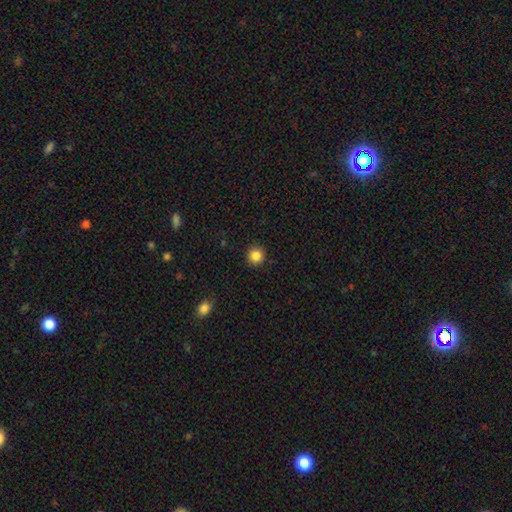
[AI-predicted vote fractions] smooth-or-featured: smooth: 86% | star or artifact: 11% | featured or disk: 4%
  how-rounded: round: 94% | in between: 5% | cigar-shaped: 1%
  merging: none: 91% | minor disturbance: 6% | major disturbance: 2% | merger: 1%